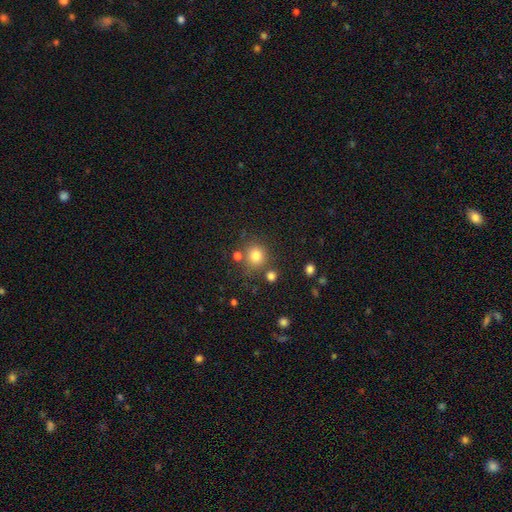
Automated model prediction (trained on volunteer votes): Morphology: type=smooth (80%); roundness=round (88%); merging=none (75%).